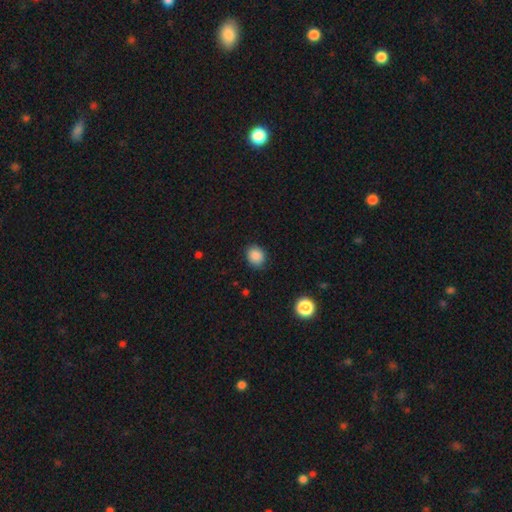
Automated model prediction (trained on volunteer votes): smooth_or_featured: smooth (p=0.87) [alt: star or artifact p=0.09]
how_rounded: round (p=0.64) [alt: in between p=0.35]
merging: none (p=0.86) [alt: minor disturbance p=0.11]